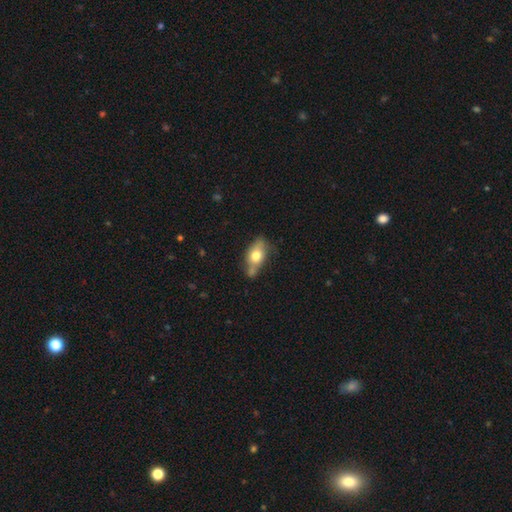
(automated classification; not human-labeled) A smooth galaxy with no disk features (64%) that is in between round and cigar-shaped (81%).

Vote fractions:
- Smooth or featured? smooth: 64% / featured or disk: 28% / star or artifact: 7%
- How rounded? in between: 81% / round: 10% / cigar-shaped: 9%
- Merging? none: 56% / minor disturbance: 25% / merger: 13% / major disturbance: 6%